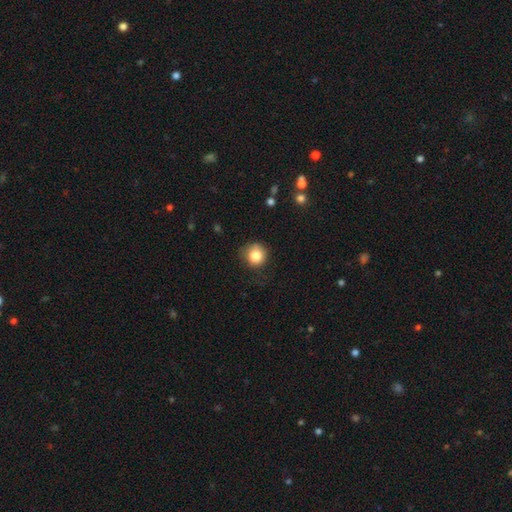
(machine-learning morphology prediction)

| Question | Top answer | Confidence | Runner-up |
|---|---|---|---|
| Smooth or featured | smooth | 82% | star or artifact (10%) |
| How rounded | round | 90% | in between (9%) |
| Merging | none | 68% | minor disturbance (23%) |